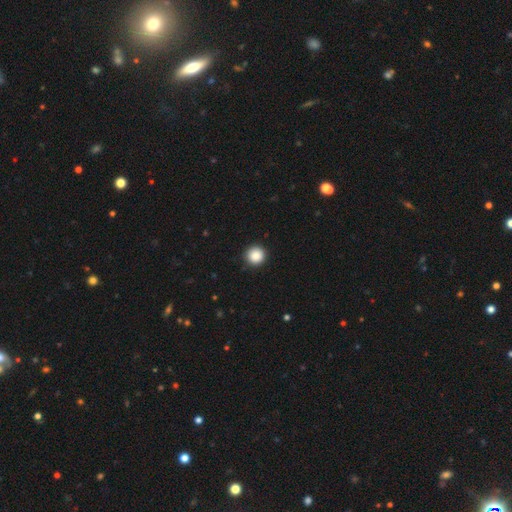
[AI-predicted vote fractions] This appears to be a smooth galaxy with no disk features (88%) that is round (95%). Merging: none (91%).